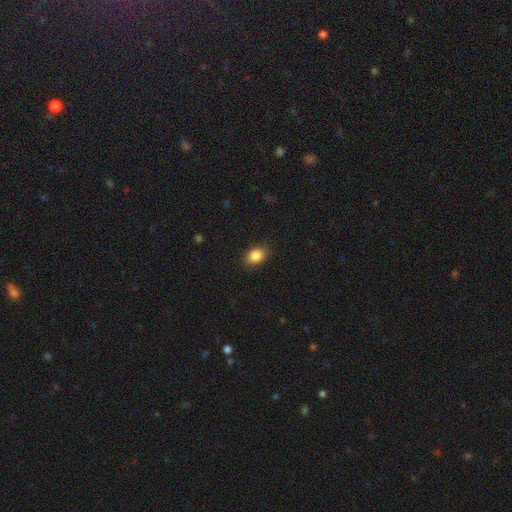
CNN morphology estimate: Q: Smooth or featured?
A: smooth (86%); runner-up: star or artifact (9%)
Q: How rounded?
A: in between (71%); runner-up: round (27%)
Q: Merging?
A: none (86%); runner-up: minor disturbance (11%)